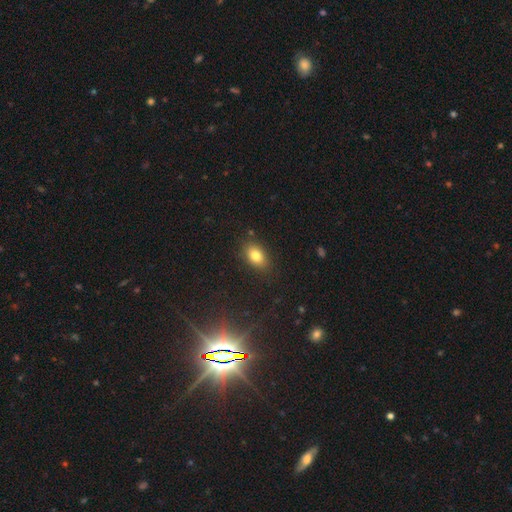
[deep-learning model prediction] Smooth or featured: smooth — 81% (star or artifact — 10%)
How rounded: in between — 85% (round — 13%)
Merging: none — 84% (minor disturbance — 11%)